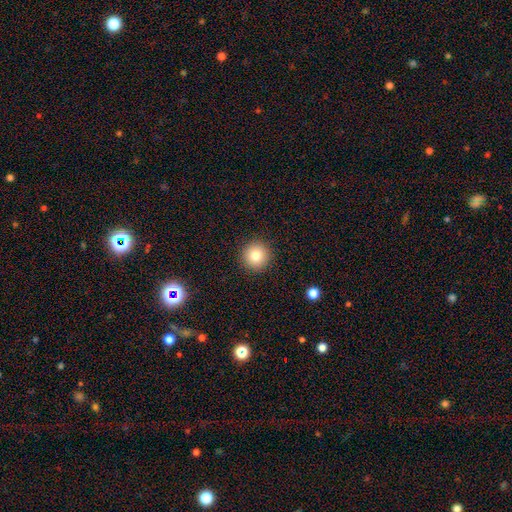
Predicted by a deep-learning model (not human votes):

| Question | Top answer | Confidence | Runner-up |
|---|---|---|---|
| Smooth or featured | smooth | 80% | star or artifact (12%) |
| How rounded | round | 96% | in between (3%) |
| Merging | none | 92% | minor disturbance (5%) |